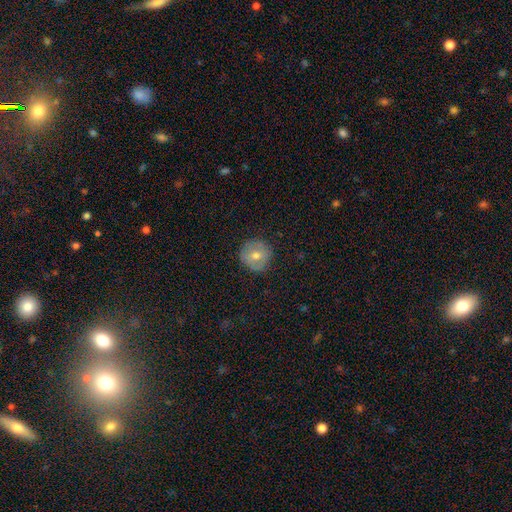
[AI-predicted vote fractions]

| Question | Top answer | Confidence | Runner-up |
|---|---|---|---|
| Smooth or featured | smooth | 63% | featured or disk (28%) |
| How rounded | round | 94% | in between (5%) |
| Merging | none | 86% | minor disturbance (10%) |